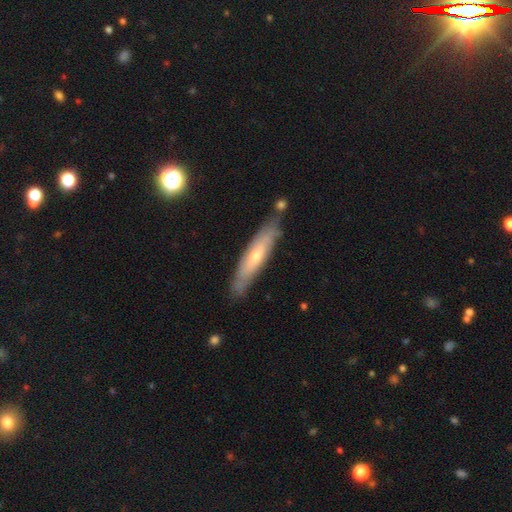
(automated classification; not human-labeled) The model was most divided on "smooth or featured": featured or disk: 54%, smooth: 38%, star or artifact: 9%. More confident: merging — none (82%); edge-on disk — yes (68%).